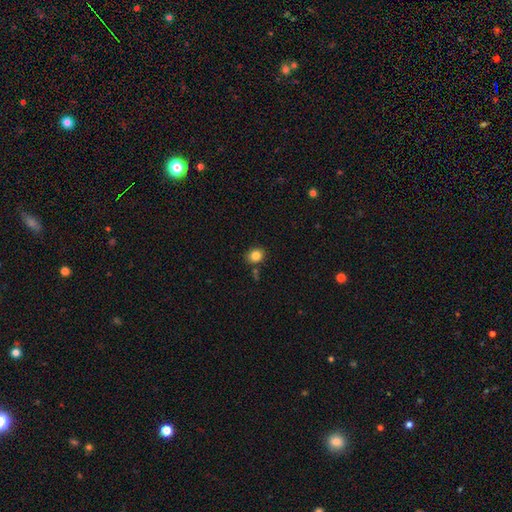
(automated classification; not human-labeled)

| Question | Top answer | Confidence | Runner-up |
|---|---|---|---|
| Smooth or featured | smooth | 83% | star or artifact (11%) |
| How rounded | round | 63% | in between (36%) |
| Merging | none | 83% | minor disturbance (10%) |